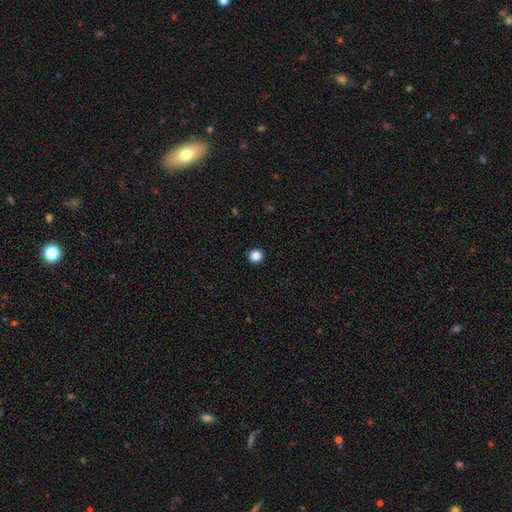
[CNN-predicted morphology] Smooth or featured: smooth — 87% (star or artifact — 11%)
How rounded: round — 95% (in between — 4%)
Merging: none — 94% (minor disturbance — 4%)